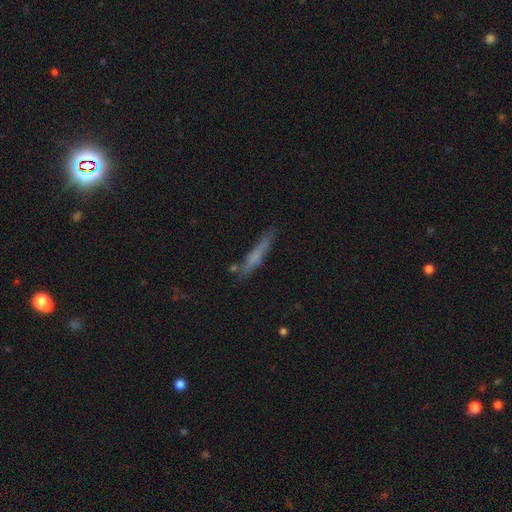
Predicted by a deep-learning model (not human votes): smooth-or-featured: smooth: 61% | featured or disk: 31% | star or artifact: 8%
  how-rounded: cigar-shaped: 93% | in between: 6% | round: 2%
  merging: none: 76% | minor disturbance: 16% | merger: 4% | major disturbance: 4%